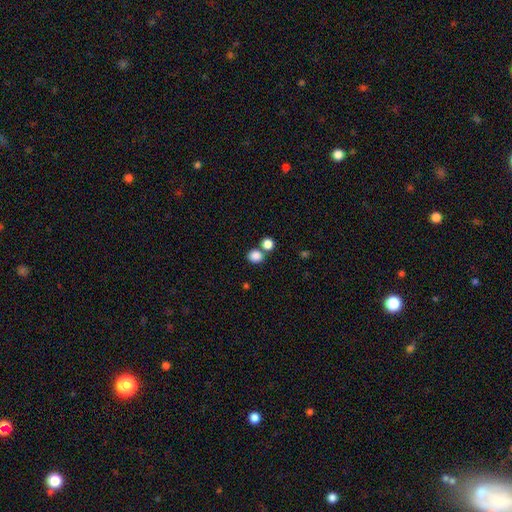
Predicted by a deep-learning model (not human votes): A smooth galaxy with no disk features (85%) that is round (73%).

Vote fractions:
- Smooth or featured? smooth: 85% / star or artifact: 11% / featured or disk: 5%
- How rounded? round: 73% / in between: 26% / cigar-shaped: 1%
- Merging? none: 60% / merger: 29% / minor disturbance: 8% / major disturbance: 3%